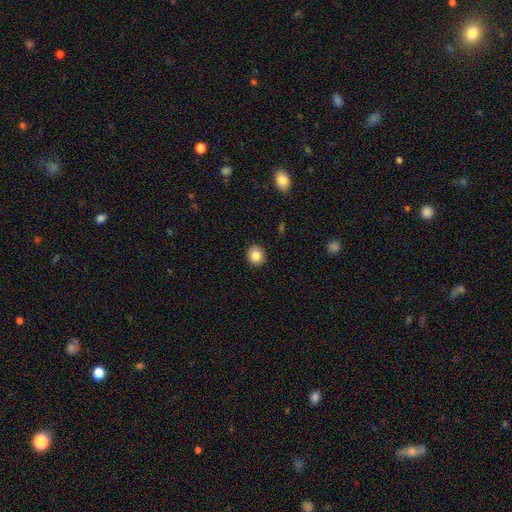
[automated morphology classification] The model was most divided on "how rounded": round: 80%, in between: 19%, cigar-shaped: 1%. More confident: merging — none (91%); smooth or featured — smooth (84%).